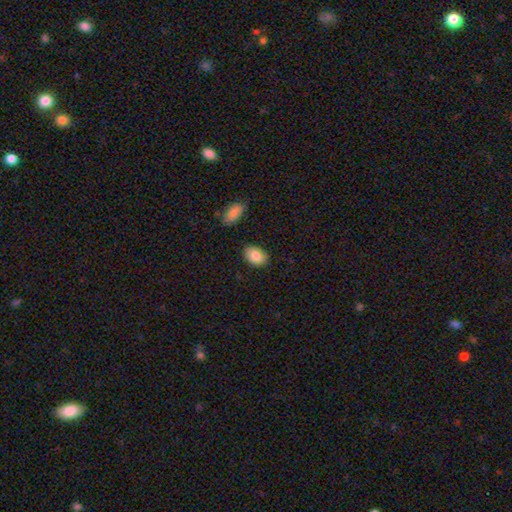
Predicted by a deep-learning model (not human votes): smooth 85%, featured or disk 8%, star or artifact 7%. Down the decision tree: how rounded — in between (81%); merging — none (85%).